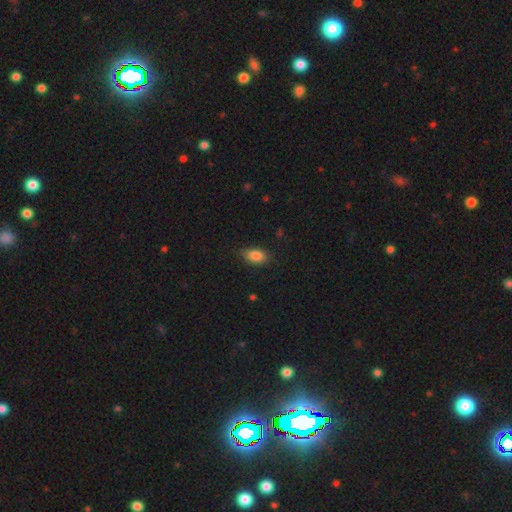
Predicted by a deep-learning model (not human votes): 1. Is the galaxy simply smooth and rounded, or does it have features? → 85% smooth, 8% star or artifact, 7% featured or disk.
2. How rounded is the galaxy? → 85% in between, 12% round, 3% cigar-shaped.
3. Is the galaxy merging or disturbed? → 74% none, 21% minor disturbance, 4% major disturbance, 1% merger.